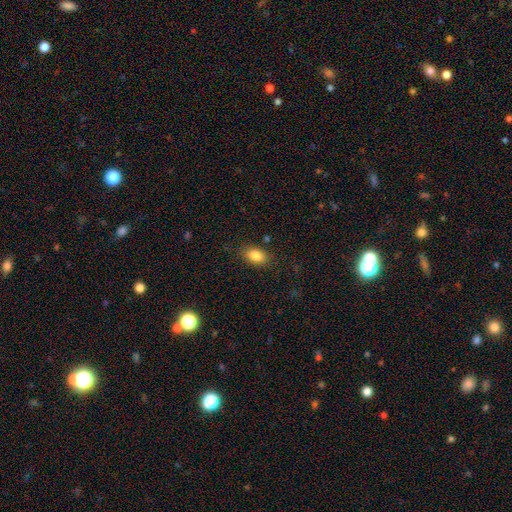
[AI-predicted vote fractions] smooth 85%, star or artifact 9%, featured or disk 7%. Down the decision tree: how rounded — in between (87%); merging — none (84%).